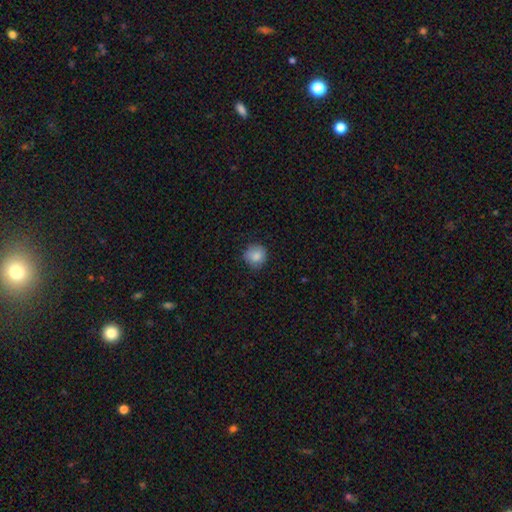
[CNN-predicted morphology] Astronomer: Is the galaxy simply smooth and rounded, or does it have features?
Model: smooth — 85%.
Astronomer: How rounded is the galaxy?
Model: round — 90%.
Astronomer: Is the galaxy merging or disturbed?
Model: none — 80%.